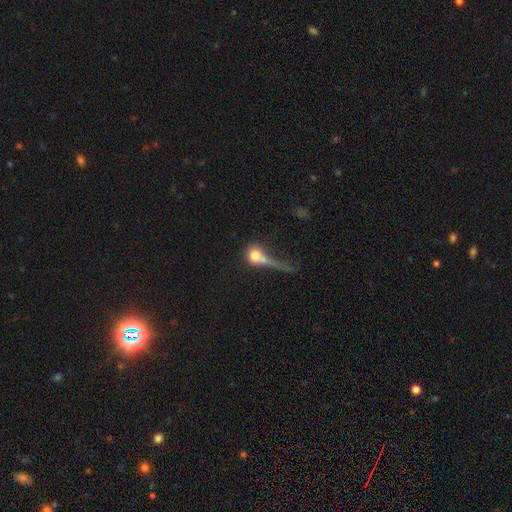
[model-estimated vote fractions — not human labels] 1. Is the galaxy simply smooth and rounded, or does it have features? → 66% smooth, 23% featured or disk, 11% star or artifact.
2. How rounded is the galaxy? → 64% round, 27% in between, 9% cigar-shaped.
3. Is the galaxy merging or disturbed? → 40% major disturbance, 23% merger, 23% none, 14% minor disturbance.